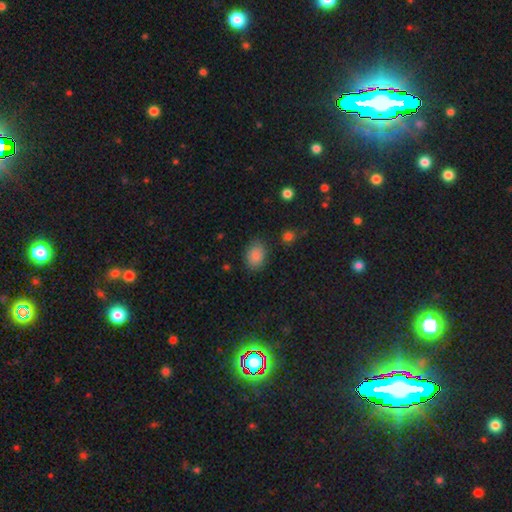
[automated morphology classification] This is clearly a smooth galaxy (85%). How rounded: likely in between (76%). Merging: clearly none (80%).